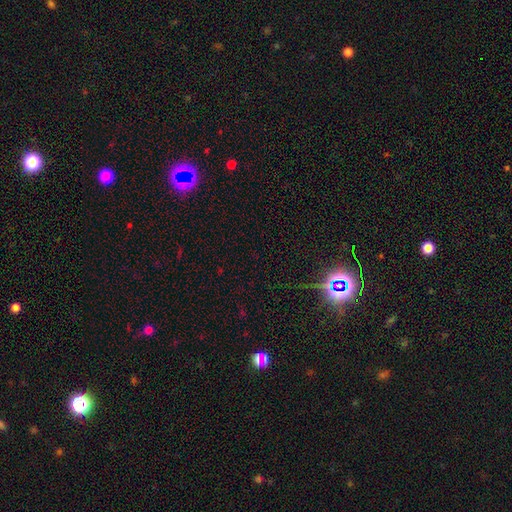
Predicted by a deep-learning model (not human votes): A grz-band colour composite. It shows a star or artifact, not a galaxy (74%).